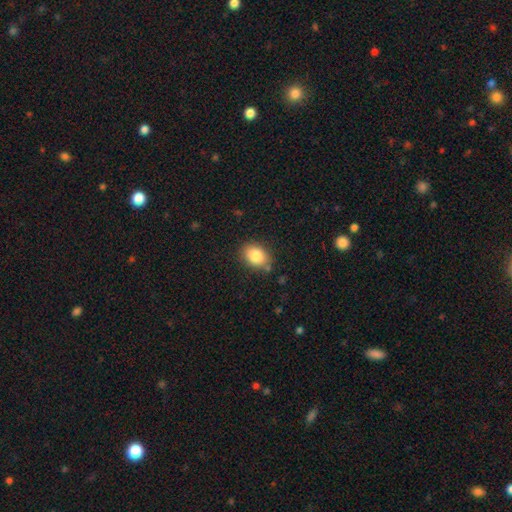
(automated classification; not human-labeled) Smooth or featured: smooth — 85% (star or artifact — 8%)
How rounded: in between — 66% (round — 33%)
Merging: none — 82% (minor disturbance — 13%)